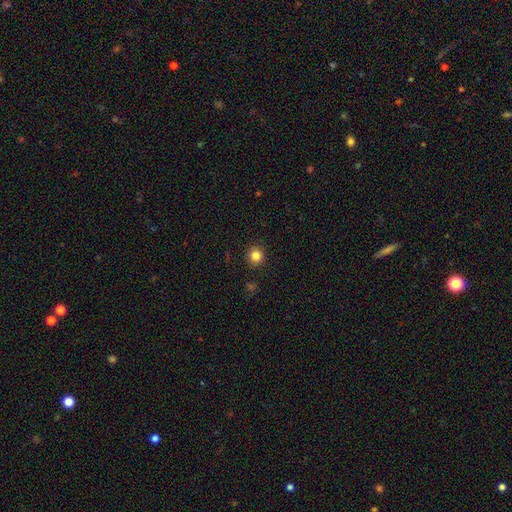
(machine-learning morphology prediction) smooth_or_featured: smooth (p=0.84) [alt: star or artifact p=0.11]
how_rounded: round (p=0.92) [alt: in between p=0.07]
merging: none (p=0.92) [alt: minor disturbance p=0.05]